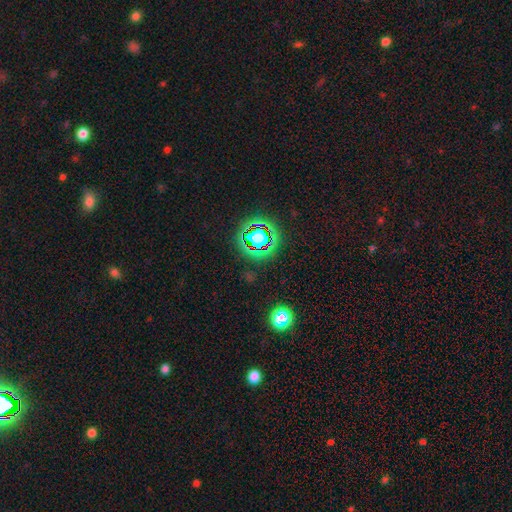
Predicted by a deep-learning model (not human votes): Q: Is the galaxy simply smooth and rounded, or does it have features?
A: star or artifact — 78%.